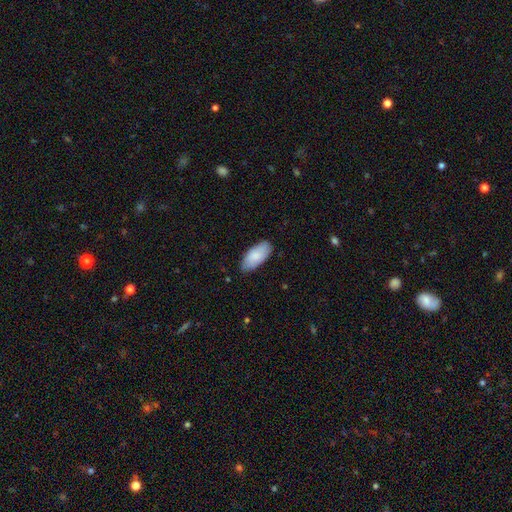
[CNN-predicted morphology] Overall: smooth (85%). How rounded: in between (91%). Merging: none (82%).